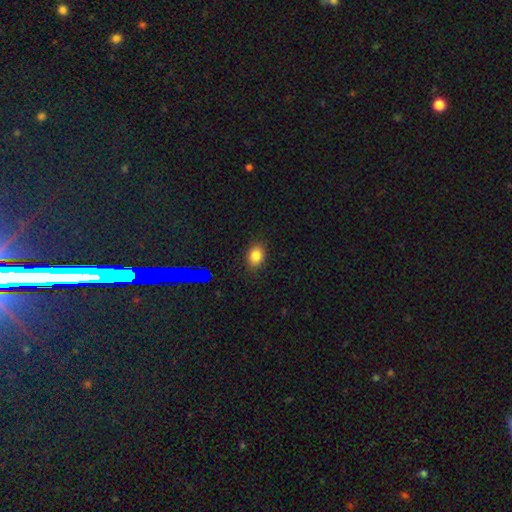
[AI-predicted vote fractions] A smooth galaxy with no disk features (82%) that is in between round and cigar-shaped (72%).

Vote fractions:
- Smooth or featured? smooth: 82% / star or artifact: 12% / featured or disk: 6%
- How rounded? in between: 72% / round: 27% / cigar-shaped: 1%
- Merging? none: 85% / minor disturbance: 11% / major disturbance: 3% / merger: 1%